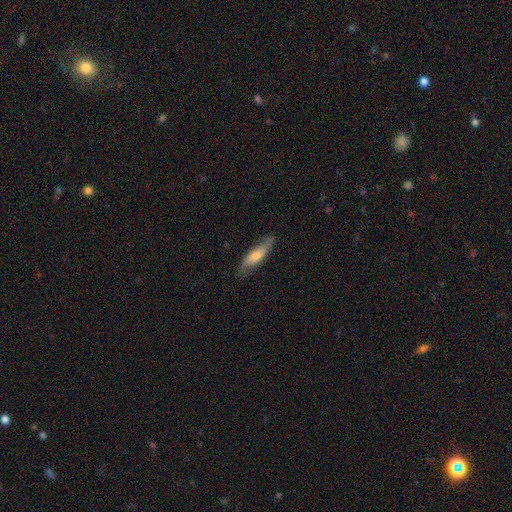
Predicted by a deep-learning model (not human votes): A featured or disk galaxy (54%).

Vote fractions:
- Smooth or featured? featured or disk: 54% / smooth: 40% / star or artifact: 6%
- Edge-on disk? no: 54% / yes: 46%
- Merging? none: 77% / minor disturbance: 17% / major disturbance: 4% / merger: 1%